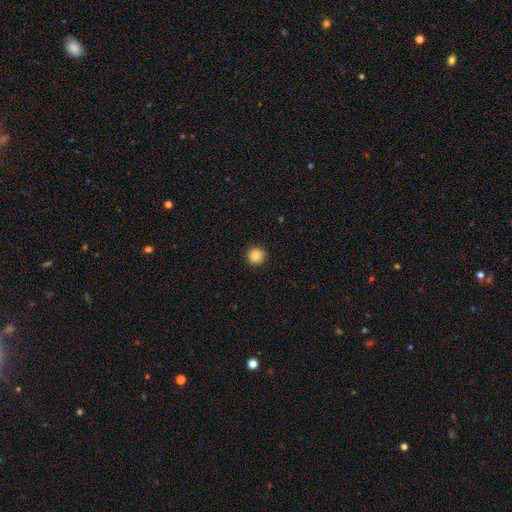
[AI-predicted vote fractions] Overall: smooth (87%). How rounded: round (95%). Merging: none (92%).